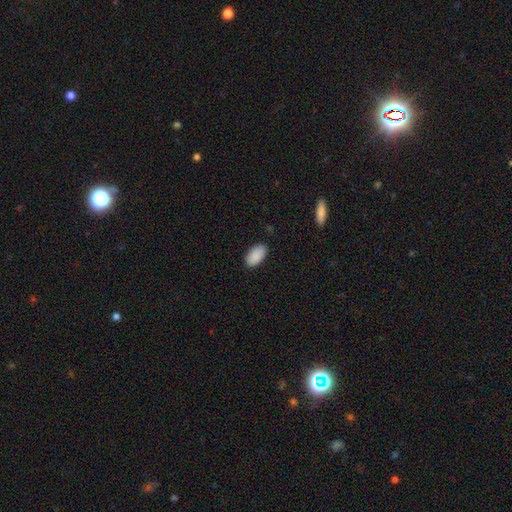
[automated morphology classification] A smooth galaxy with no disk features (90%) that is in between round and cigar-shaped (95%).

Vote fractions:
- Smooth or featured? smooth: 90% / star or artifact: 6% / featured or disk: 3%
- How rounded? in between: 95% / cigar-shaped: 2% / round: 2%
- Merging? none: 87% / minor disturbance: 10% / major disturbance: 2% / merger: 1%